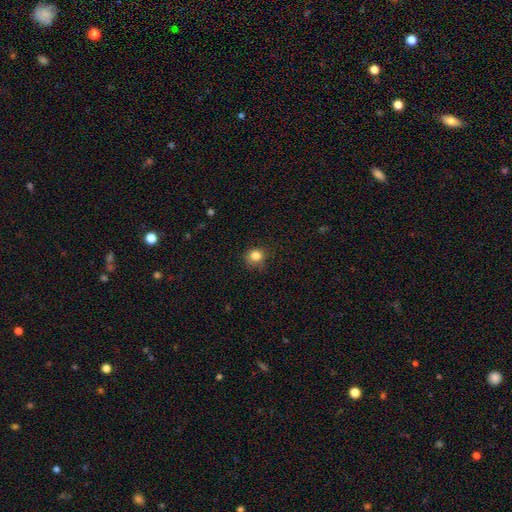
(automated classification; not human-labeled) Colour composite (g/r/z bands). It shows a smooth galaxy with no disk features (83%) that is round (83%). Merging: none (77%).